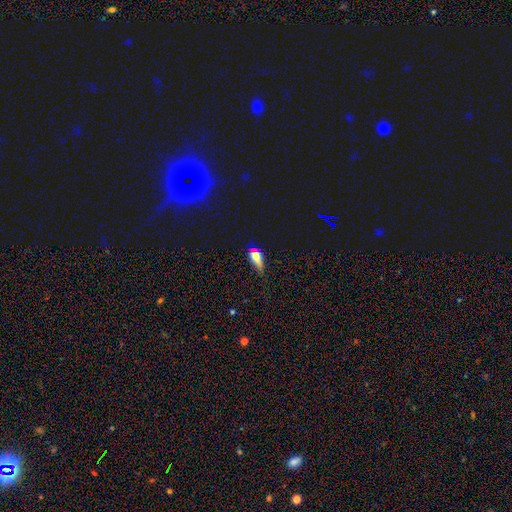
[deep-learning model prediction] smooth_or_featured: smooth (p=0.63) [alt: star or artifact p=0.20]
how_rounded: in between (p=0.67) [alt: cigar-shaped p=0.17]
merging: none (p=0.43) [alt: minor disturbance p=0.31]